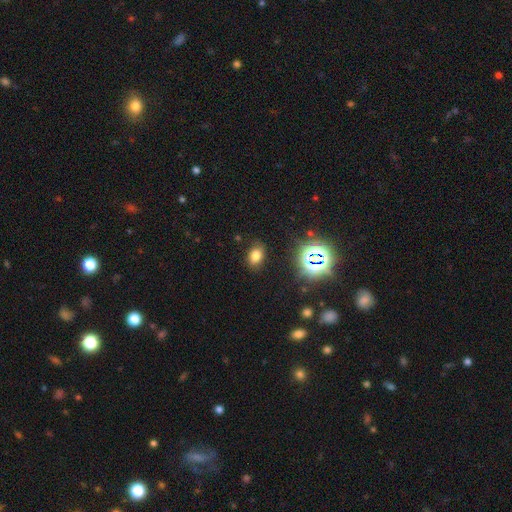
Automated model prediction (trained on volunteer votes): Smooth or featured? smooth (72%)
How rounded? in between (75%)
Merging? none (82%)